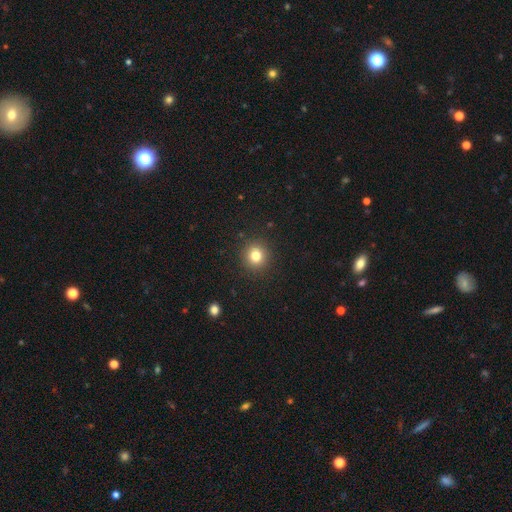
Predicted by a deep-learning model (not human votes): A smooth galaxy with no disk features (80%) that is round (93%).

Vote fractions:
- Smooth or featured? smooth: 80% / star or artifact: 13% / featured or disk: 7%
- How rounded? round: 93% / in between: 6% / cigar-shaped: 1%
- Merging? none: 91% / minor disturbance: 5% / major disturbance: 2% / merger: 1%